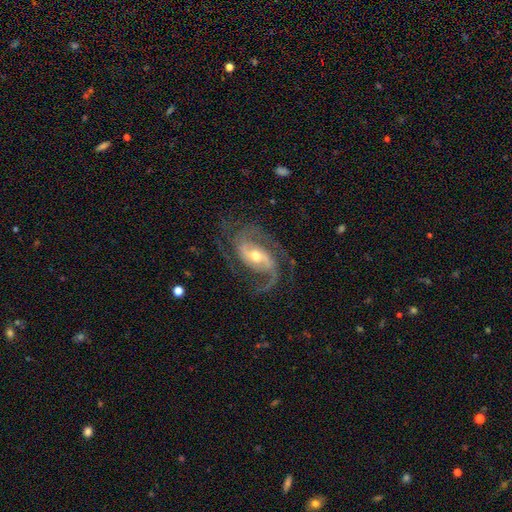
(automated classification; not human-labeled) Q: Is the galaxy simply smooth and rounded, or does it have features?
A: featured or disk — 91%.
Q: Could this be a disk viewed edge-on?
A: no — 97%.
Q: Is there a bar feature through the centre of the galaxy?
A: weak — 39%.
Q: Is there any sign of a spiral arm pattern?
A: yes — 98%.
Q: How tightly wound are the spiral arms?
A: medium — 54%.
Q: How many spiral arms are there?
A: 2 — 61%.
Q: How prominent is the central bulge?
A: moderate — 65%.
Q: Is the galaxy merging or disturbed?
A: none — 69%.